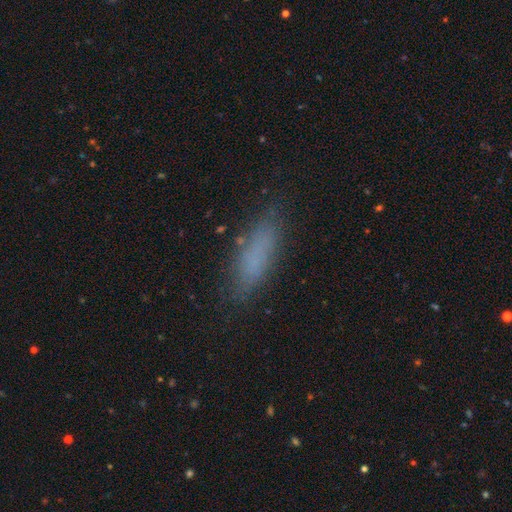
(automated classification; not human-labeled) Smooth or featured? Predicted: smooth (p=0.75). How rounded? Predicted: cigar-shaped (p=0.53). Merging? Predicted: none (p=0.77).